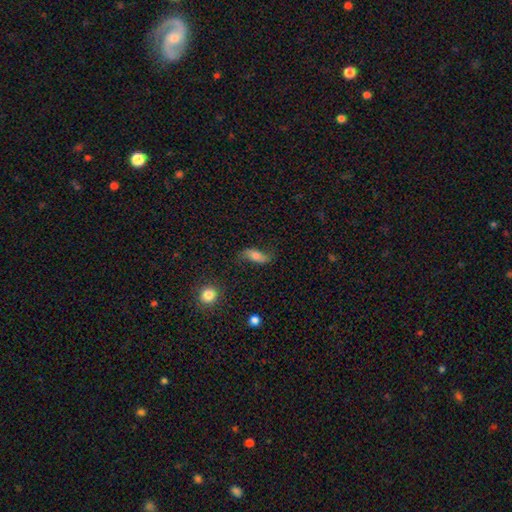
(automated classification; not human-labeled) Smooth or featured?
  - smooth: 58% *
  - featured or disk: 33%
  - star or artifact: 9%
How rounded?
  - in between: 73% *
  - cigar-shaped: 22%
  - round: 5%
Merging?
  - none: 71% *
  - minor disturbance: 20%
  - major disturbance: 7%
  - merger: 2%